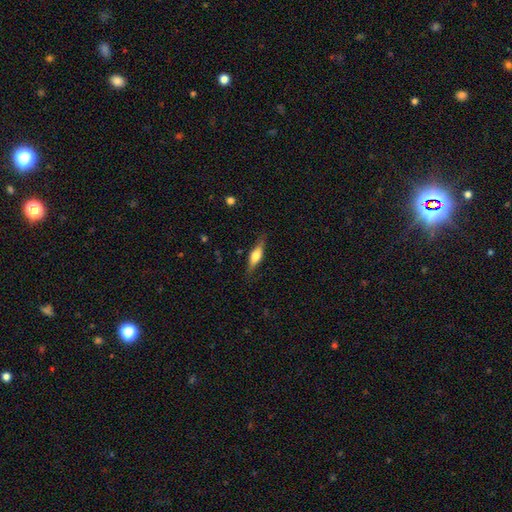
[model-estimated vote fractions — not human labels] featured or disk 50%, smooth 44%, star or artifact 6%. Down the decision tree: edge-on disk — yes (93%); merging — none (82%).